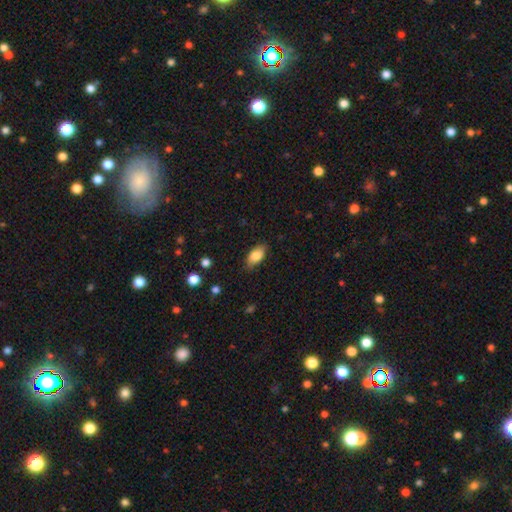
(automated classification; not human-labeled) Q: Smooth or featured?
A: smooth (83%); runner-up: featured or disk (10%)
Q: How rounded?
A: in between (90%); runner-up: round (5%)
Q: Merging?
A: none (82%); runner-up: minor disturbance (14%)